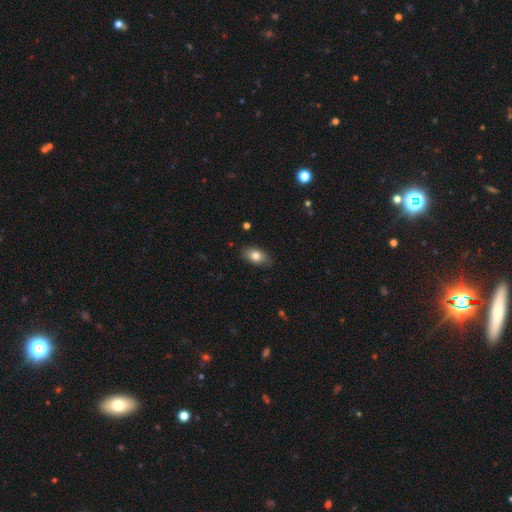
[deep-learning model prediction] Smooth or featured? Predicted: smooth (p=0.81). How rounded? Predicted: in between (p=0.90). Merging? Predicted: none (p=0.84).